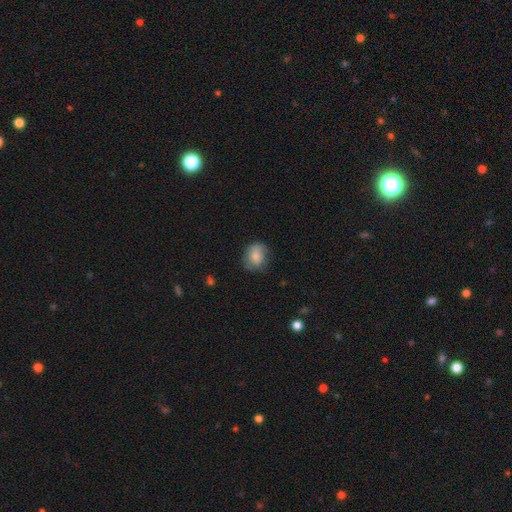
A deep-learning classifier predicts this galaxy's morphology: smooth 80%, featured or disk 12%, star or artifact 8%. Down the decision tree: how rounded — in between (50%); merging — none (64%).